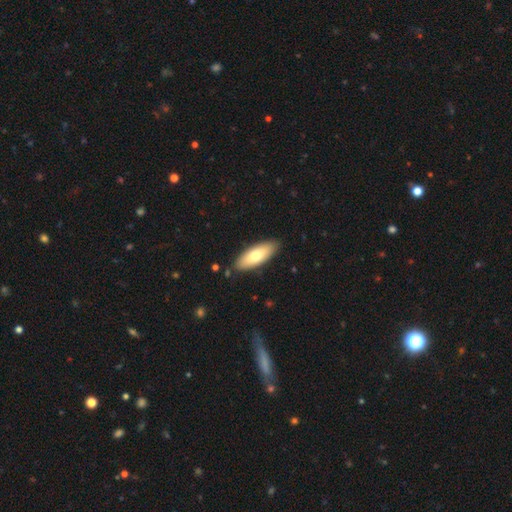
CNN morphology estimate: The model was most divided on "how rounded": in between: 72%, cigar-shaped: 27%, round: 2%. More confident: merging — none (87%); smooth or featured — smooth (70%).